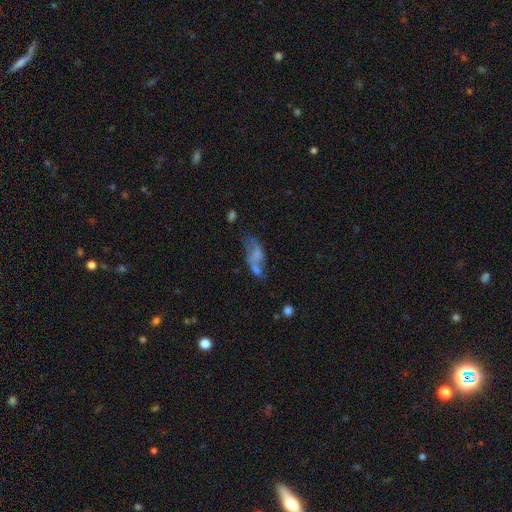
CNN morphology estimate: Smooth or featured: smooth — 44% (featured or disk — 43%)
Merging: none — 28% (merger — 27%)